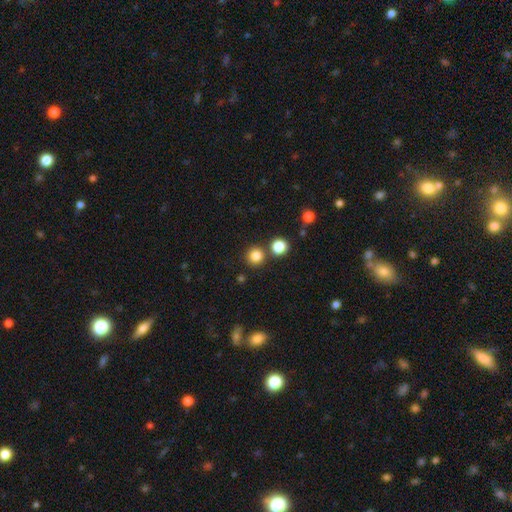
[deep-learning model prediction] Smooth or featured: smooth — 82% (star or artifact — 14%)
How rounded: round — 94% (in between — 5%)
Merging: none — 81% (merger — 10%)